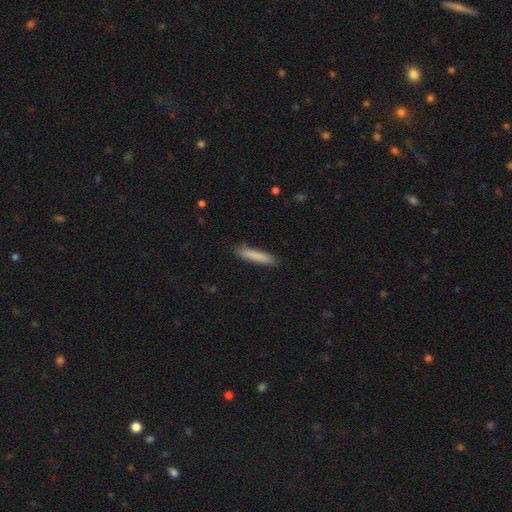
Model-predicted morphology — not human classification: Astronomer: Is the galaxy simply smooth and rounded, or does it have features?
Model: smooth — 85%.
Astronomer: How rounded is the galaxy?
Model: cigar-shaped — 88%.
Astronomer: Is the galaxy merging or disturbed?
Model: none — 88%.